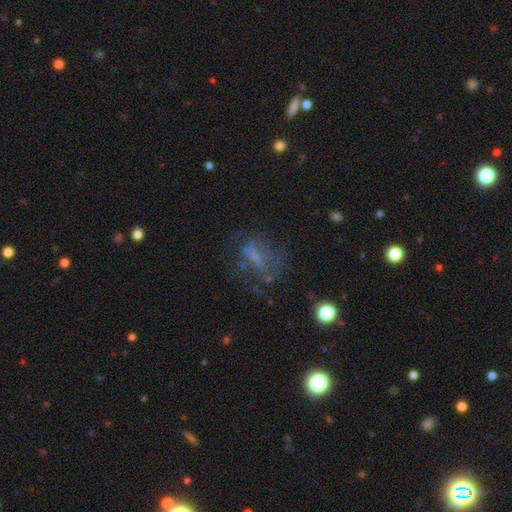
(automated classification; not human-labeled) Smooth or featured: featured or disk — 42% (smooth — 37%)
Merging: none — 45% (major disturbance — 31%)